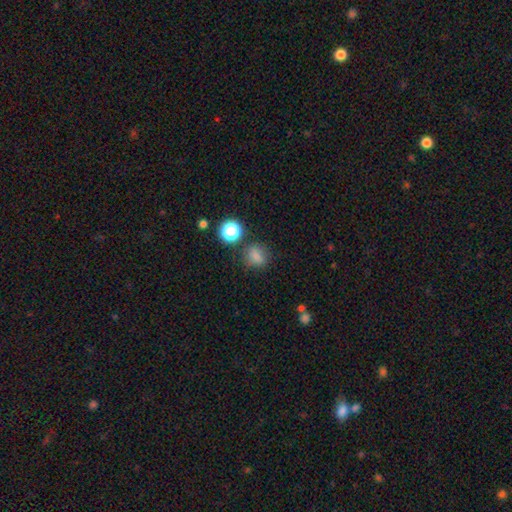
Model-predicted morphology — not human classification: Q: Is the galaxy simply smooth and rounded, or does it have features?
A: smooth — 77%.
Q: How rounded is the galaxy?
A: round — 62%.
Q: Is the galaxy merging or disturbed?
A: none — 73%.